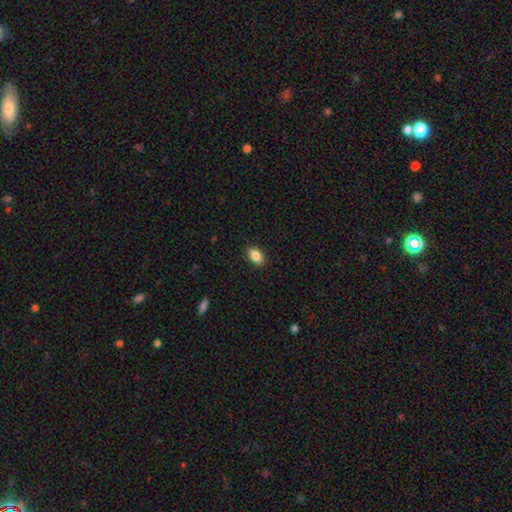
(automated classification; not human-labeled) This is clearly a smooth galaxy (87%). How rounded: clearly in between (83%). Merging: clearly none (88%).